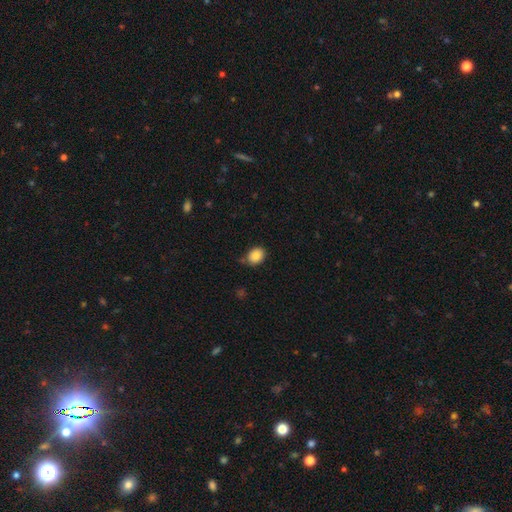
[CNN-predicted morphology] Overall: smooth (85%). How rounded: in between (57%; round 42%). Merging: none (75%).